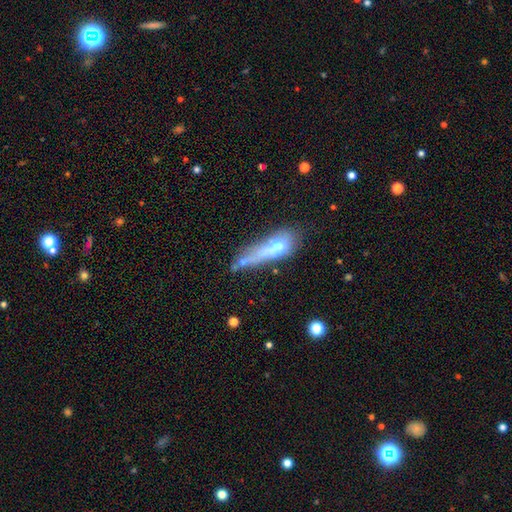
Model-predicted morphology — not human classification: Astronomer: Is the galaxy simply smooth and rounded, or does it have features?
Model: smooth — 51% (runner-up: featured or disk, 35%).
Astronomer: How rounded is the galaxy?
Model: cigar-shaped — 61%.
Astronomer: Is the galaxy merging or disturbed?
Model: none — 29%, tied with major disturbance at 29%.